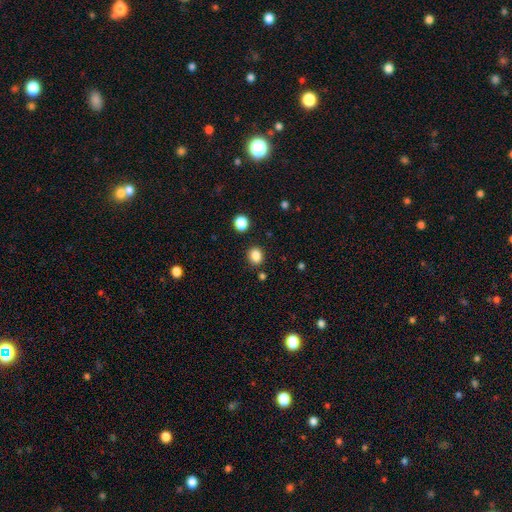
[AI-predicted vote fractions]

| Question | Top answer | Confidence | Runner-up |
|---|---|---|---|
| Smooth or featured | smooth | 85% | star or artifact (11%) |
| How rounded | round | 66% | in between (33%) |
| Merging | none | 85% | minor disturbance (8%) |